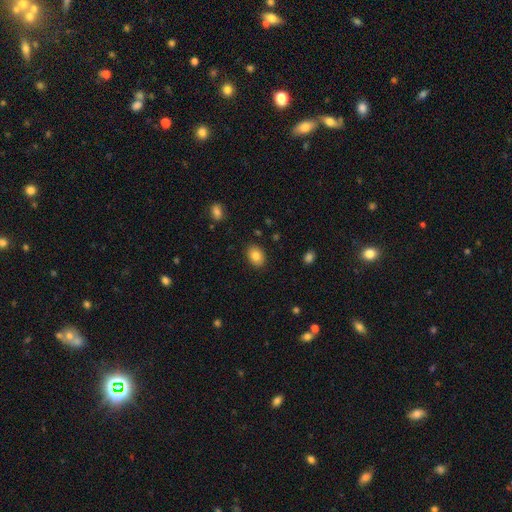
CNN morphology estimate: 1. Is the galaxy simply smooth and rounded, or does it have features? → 83% smooth, 9% featured or disk, 8% star or artifact.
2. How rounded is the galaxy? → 68% in between, 31% round, 1% cigar-shaped.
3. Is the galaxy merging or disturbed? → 88% none, 9% minor disturbance, 2% major disturbance, 1% merger.